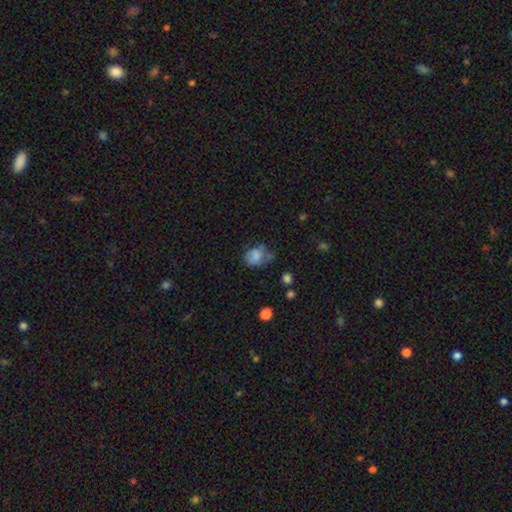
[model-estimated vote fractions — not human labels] This is likely a smooth galaxy (67%). How rounded: possibly in between (59%). Merging: marginally none (39%).